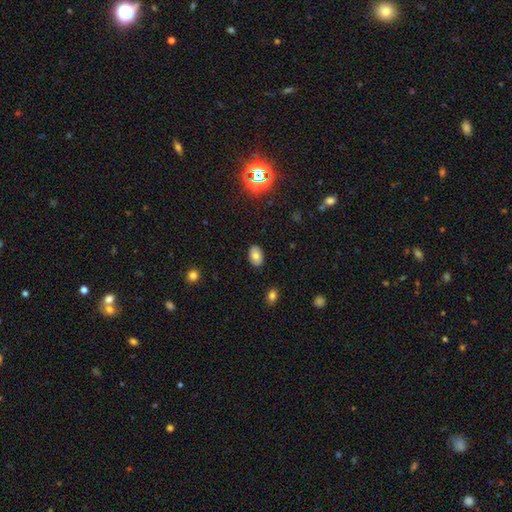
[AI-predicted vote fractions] smooth 77%, featured or disk 13%, star or artifact 10%. Down the decision tree: how rounded — in between (89%); merging — none (87%).